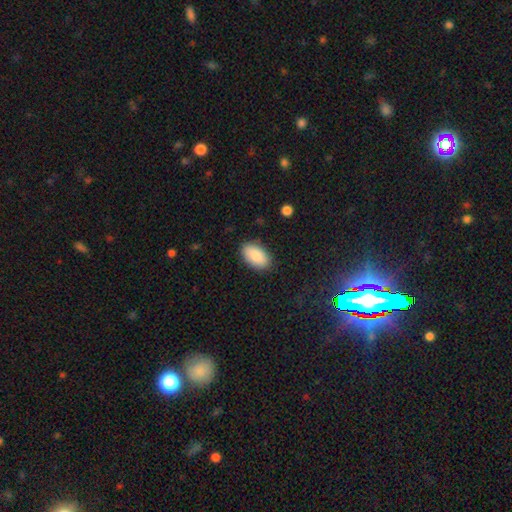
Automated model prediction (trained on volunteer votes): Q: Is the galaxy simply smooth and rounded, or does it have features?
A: smooth — 87%.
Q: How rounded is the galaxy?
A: in between — 94%.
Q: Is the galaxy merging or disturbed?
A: none — 86%.